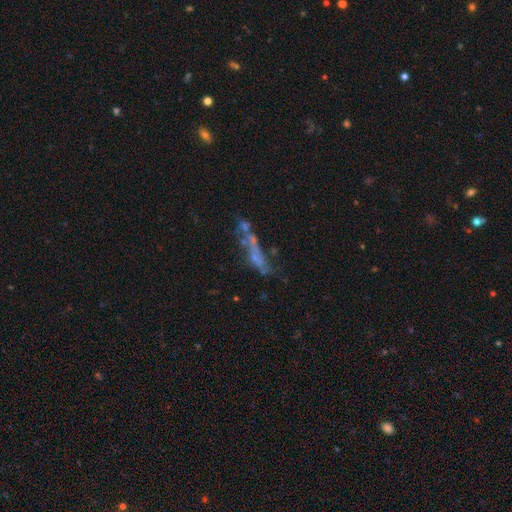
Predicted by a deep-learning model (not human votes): Smooth or featured? Predicted: featured or disk (p=0.51). Edge-on disk? Predicted: no (p=0.76). Merging? Predicted: none (p=0.37).